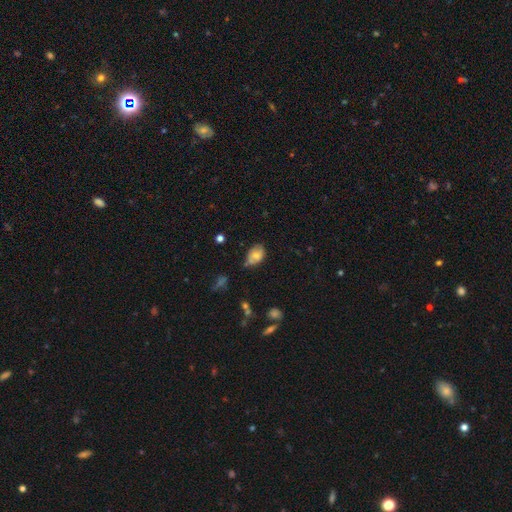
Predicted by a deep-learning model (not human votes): Overall: smooth (67%). How rounded: in between (80%). Merging: none (50%; minor disturbance 33%).